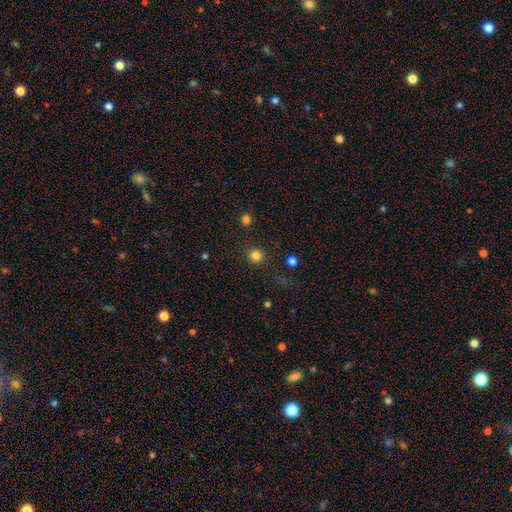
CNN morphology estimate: This appears to be a smooth galaxy with no disk features (82%) that is round (94%). Merging: none (89%).